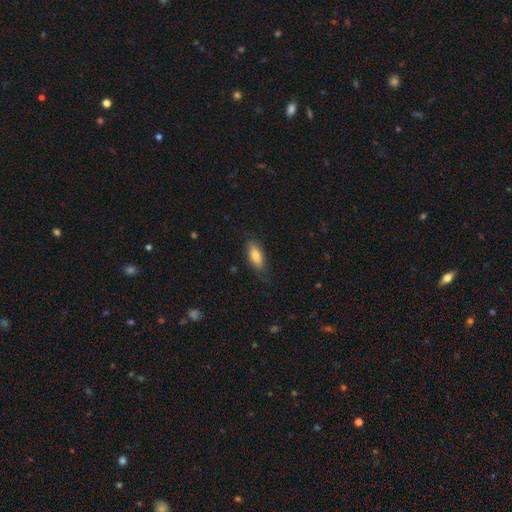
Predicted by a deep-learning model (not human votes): Q: Smooth or featured?
A: smooth (78%); runner-up: featured or disk (16%)
Q: How rounded?
A: in between (79%); runner-up: cigar-shaped (19%)
Q: Merging?
A: none (75%); runner-up: minor disturbance (19%)